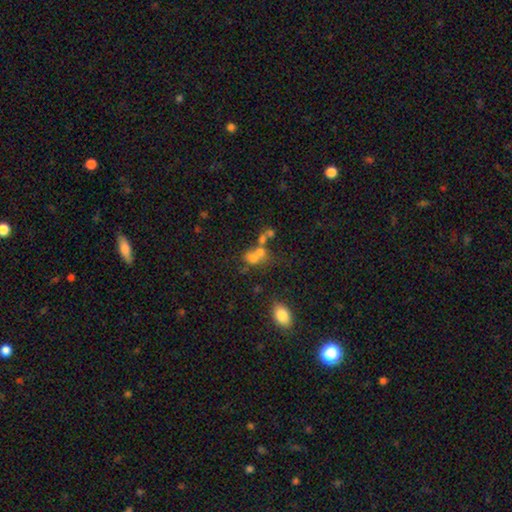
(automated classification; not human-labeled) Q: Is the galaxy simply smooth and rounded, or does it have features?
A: smooth — 60%.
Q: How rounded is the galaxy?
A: round — 54%.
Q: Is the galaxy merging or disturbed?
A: merger — 56%.